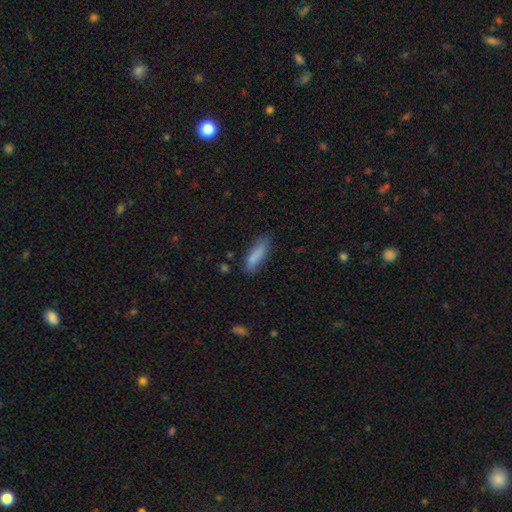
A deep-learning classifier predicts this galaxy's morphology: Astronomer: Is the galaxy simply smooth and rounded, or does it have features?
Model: smooth — 83%.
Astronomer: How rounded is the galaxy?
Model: in between — 50% (runner-up: cigar-shaped, 48%).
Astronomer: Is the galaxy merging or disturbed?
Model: none — 72%.